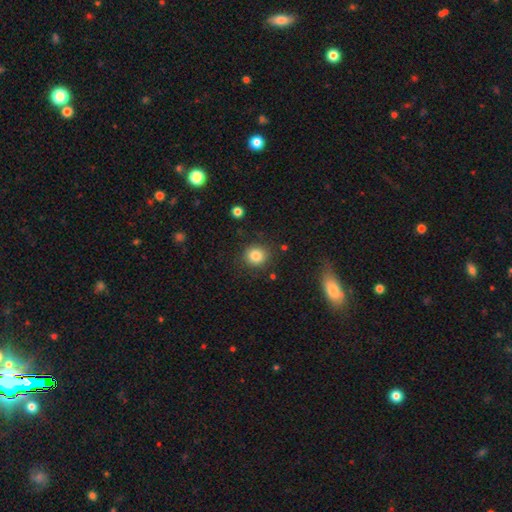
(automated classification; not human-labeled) smooth-or-featured: smooth: 84% | star or artifact: 10% | featured or disk: 6%
  how-rounded: round: 83% | in between: 16% | cigar-shaped: 1%
  merging: none: 86% | minor disturbance: 9% | major disturbance: 3% | merger: 2%